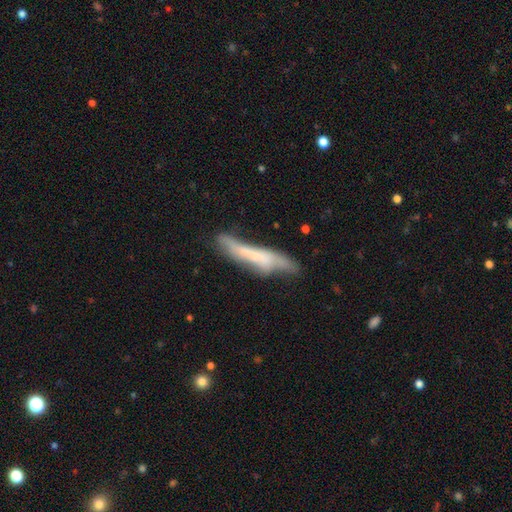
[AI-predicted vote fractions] A smooth galaxy with no disk features (46%, tied with featured or disk).

Vote fractions:
- Smooth or featured? smooth: 46% (tied) / featured or disk: 46% (tied) / star or artifact: 8%
- Merging? none: 47% / minor disturbance: 30% / major disturbance: 16% / merger: 7%